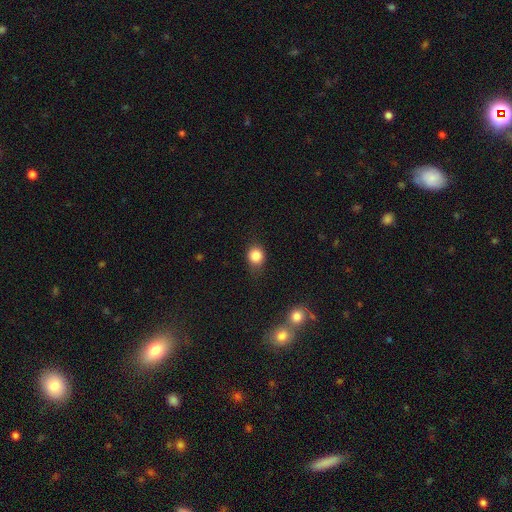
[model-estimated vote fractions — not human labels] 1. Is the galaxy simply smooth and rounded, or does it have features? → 84% smooth, 10% star or artifact, 6% featured or disk.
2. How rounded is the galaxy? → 74% round, 25% in between, 1% cigar-shaped.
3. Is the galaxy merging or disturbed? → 69% none, 23% minor disturbance, 6% major disturbance, 2% merger.